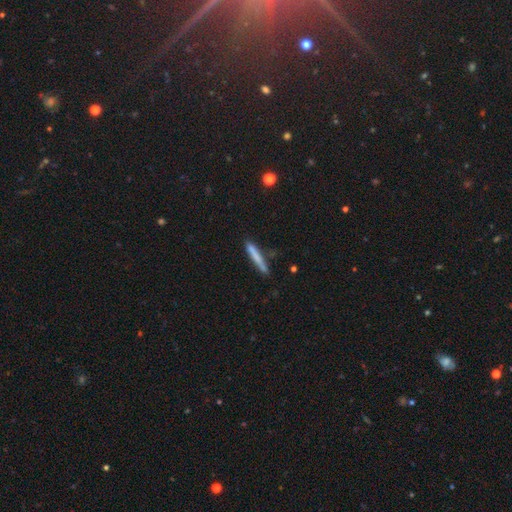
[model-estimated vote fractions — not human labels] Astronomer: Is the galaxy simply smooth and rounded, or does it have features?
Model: smooth — 72%.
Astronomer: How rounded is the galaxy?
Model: cigar-shaped — 95%.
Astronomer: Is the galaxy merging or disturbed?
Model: none — 79%.